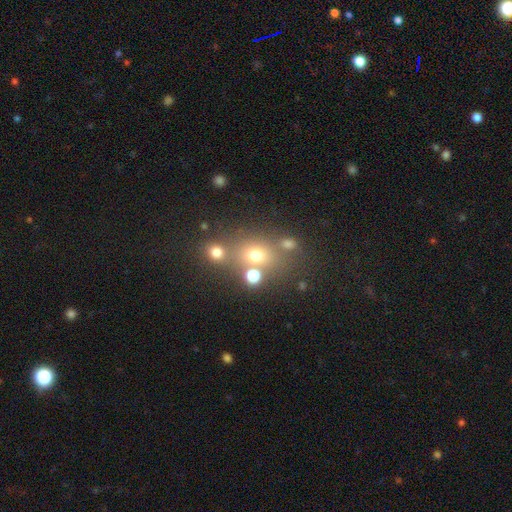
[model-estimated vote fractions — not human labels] Morphology: type=smooth (64%); roundness=round (59%); merging=none (58%).